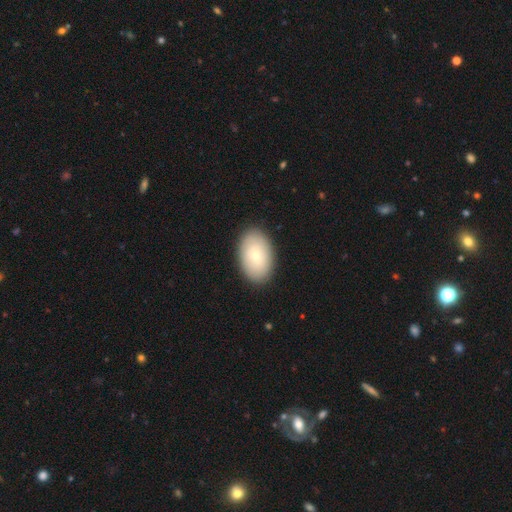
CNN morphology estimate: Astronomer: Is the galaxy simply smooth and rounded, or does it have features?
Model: smooth — 74%.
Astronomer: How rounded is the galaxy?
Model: in between — 92%.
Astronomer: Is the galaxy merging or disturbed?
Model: none — 89%.